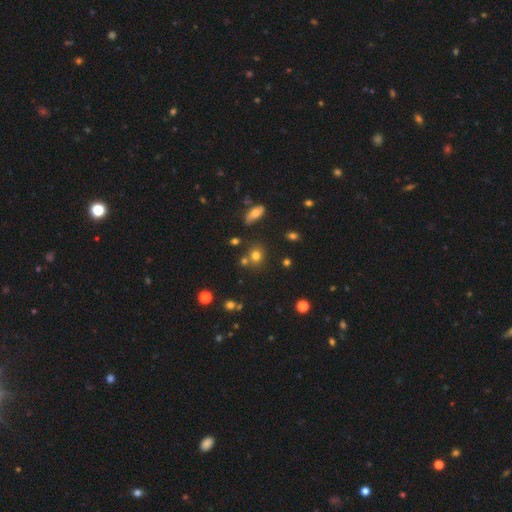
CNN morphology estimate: Overall: smooth (73%). How rounded: round (80%). Merging: none (68%).